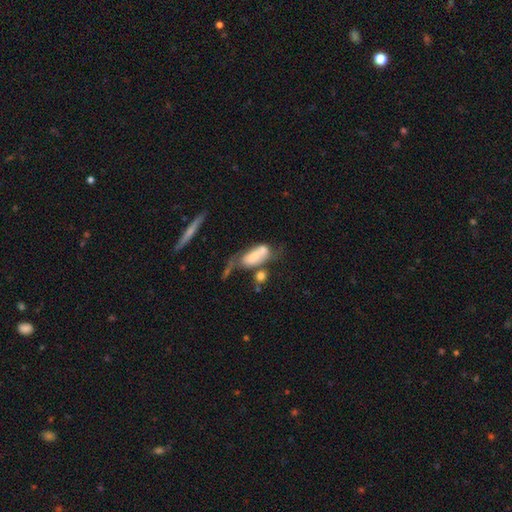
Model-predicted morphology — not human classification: Q: Smooth or featured?
A: smooth (58%); runner-up: featured or disk (34%)
Q: How rounded?
A: in between (85%); runner-up: cigar-shaped (11%)
Q: Merging?
A: merger (33%); runner-up: major disturbance (24%)